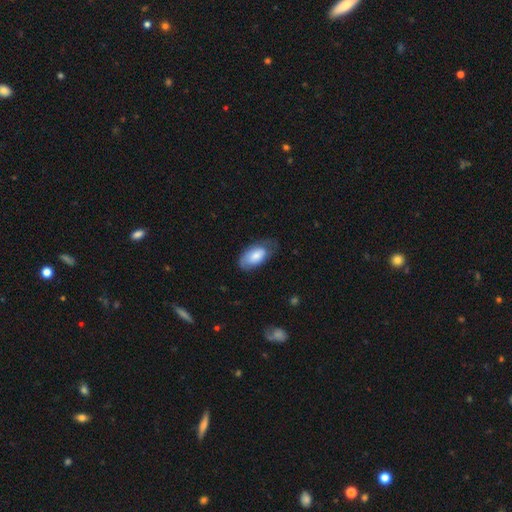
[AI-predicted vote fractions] smooth_or_featured: smooth (p=0.71) [alt: featured or disk p=0.23]
how_rounded: in between (p=0.93) [alt: cigar-shaped p=0.04]
merging: none (p=0.57) [alt: minor disturbance p=0.30]